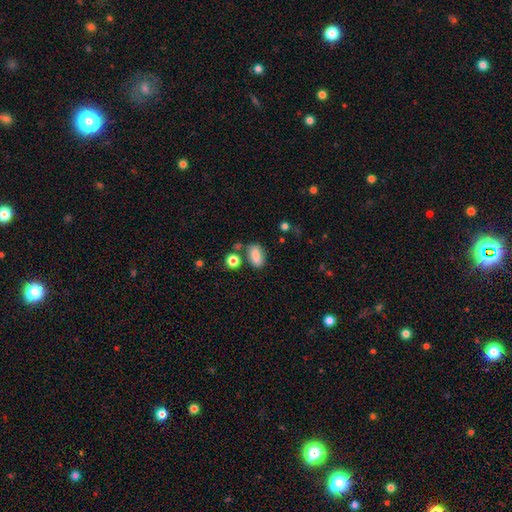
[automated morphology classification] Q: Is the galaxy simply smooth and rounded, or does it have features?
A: smooth — 81%.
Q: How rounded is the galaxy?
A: in between — 85%.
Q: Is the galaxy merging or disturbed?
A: none — 63%.